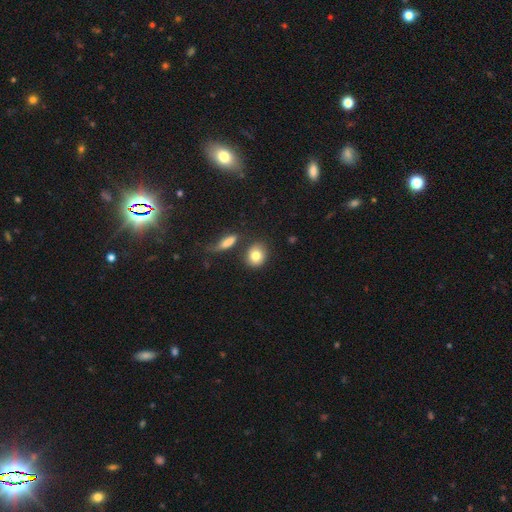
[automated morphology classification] Q: Smooth or featured?
A: smooth (82%); runner-up: featured or disk (10%)
Q: How rounded?
A: round (67%); runner-up: in between (31%)
Q: Merging?
A: none (74%); runner-up: minor disturbance (12%)